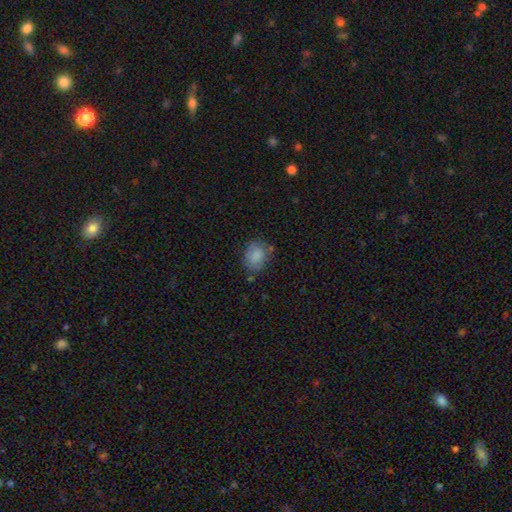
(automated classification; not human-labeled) Smooth or featured: smooth — 81% (featured or disk — 10%)
How rounded: round — 50% (in between — 49%)
Merging: none — 65% (minor disturbance — 23%)